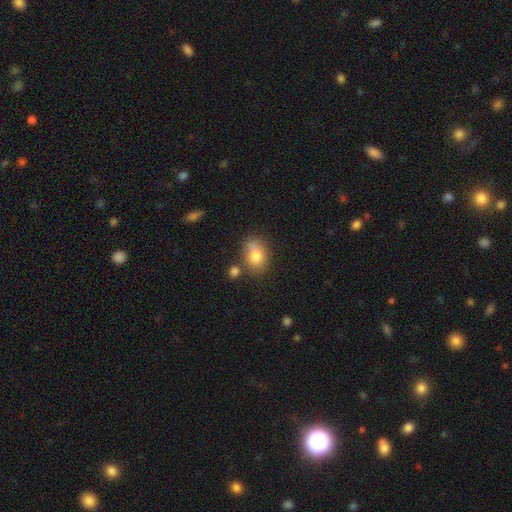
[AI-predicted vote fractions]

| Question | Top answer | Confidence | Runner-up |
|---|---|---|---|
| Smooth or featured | smooth | 79% | featured or disk (12%) |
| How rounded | in between | 68% | round (31%) |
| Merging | none | 59% | minor disturbance (20%) |